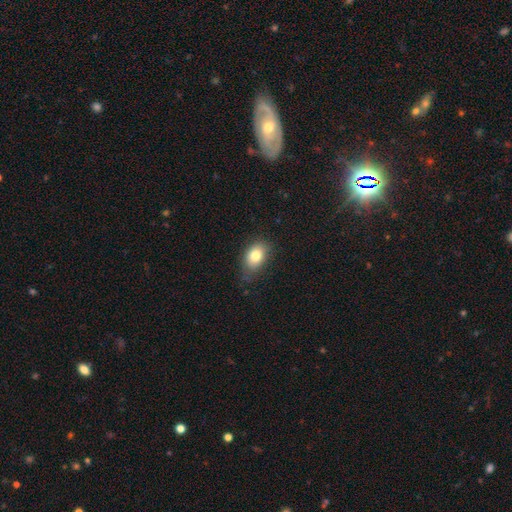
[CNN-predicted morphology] This is likely a smooth galaxy (80%). How rounded: likely in between (78%). Merging: likely none (70%).